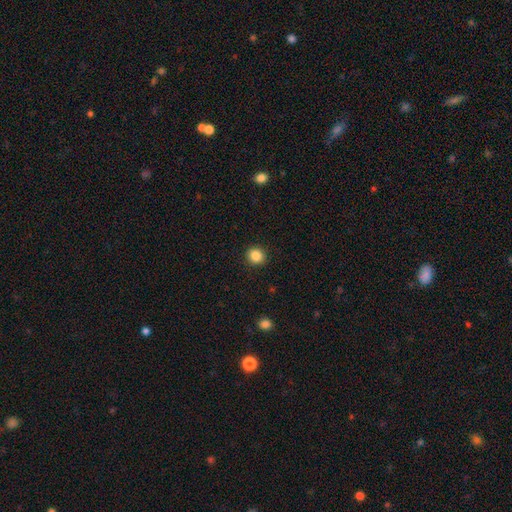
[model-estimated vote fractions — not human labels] Overall: smooth (86%). How rounded: round (87%). Merging: none (92%).